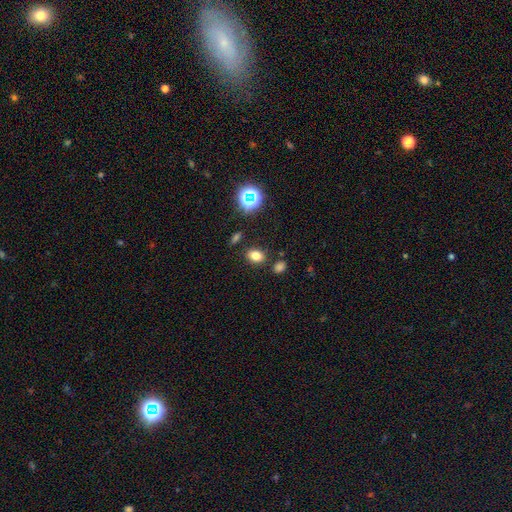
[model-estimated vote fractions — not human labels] Morphology: type=smooth (76%); roundness=in between (71%); merging=none (82%).